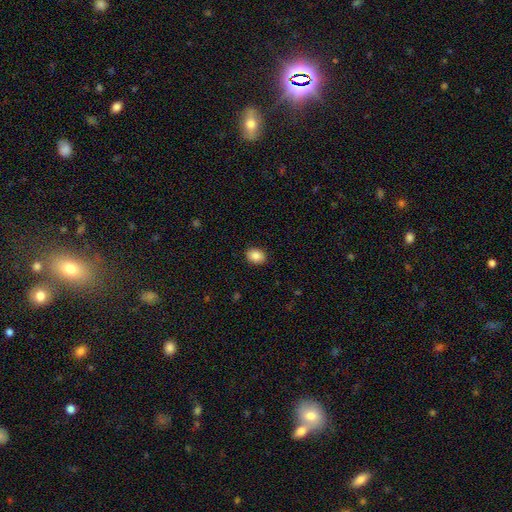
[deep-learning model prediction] Smooth or featured? Predicted: smooth (p=0.87). How rounded? Predicted: in between (p=0.66). Merging? Predicted: none (p=0.89).